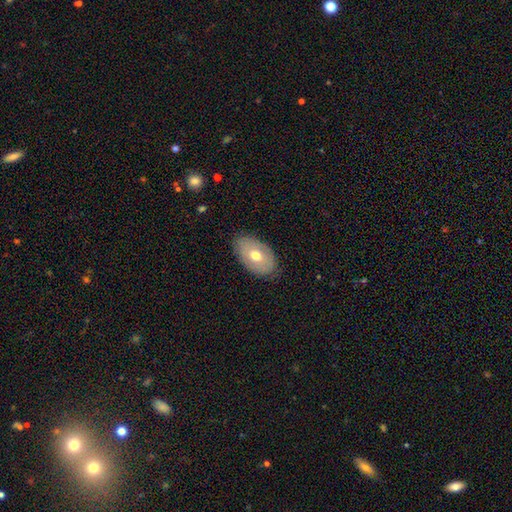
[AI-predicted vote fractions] This is likely a smooth galaxy (61%). How rounded: clearly in between (91%). Merging: clearly none (83%).